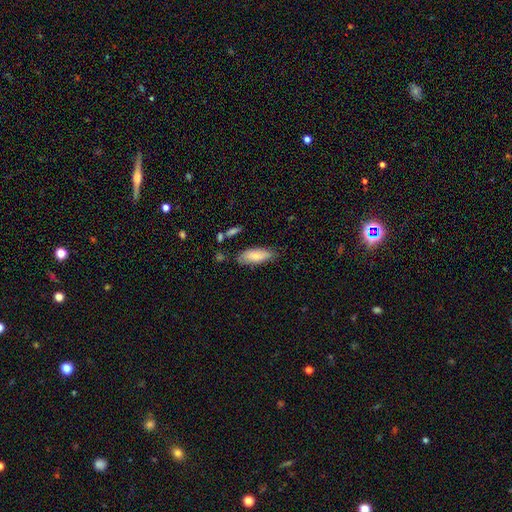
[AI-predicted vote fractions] A smooth galaxy with no disk features (83%) that is in between round and cigar-shaped (75%).

Vote fractions:
- Smooth or featured? smooth: 83% / featured or disk: 11% / star or artifact: 6%
- How rounded? in between: 75% / cigar-shaped: 23% / round: 2%
- Merging? none: 75% / minor disturbance: 19% / major disturbance: 4% / merger: 3%